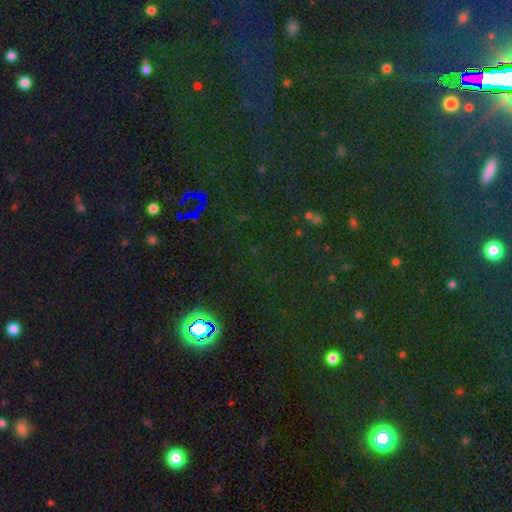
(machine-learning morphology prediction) A star or artifact, not a galaxy (82%).